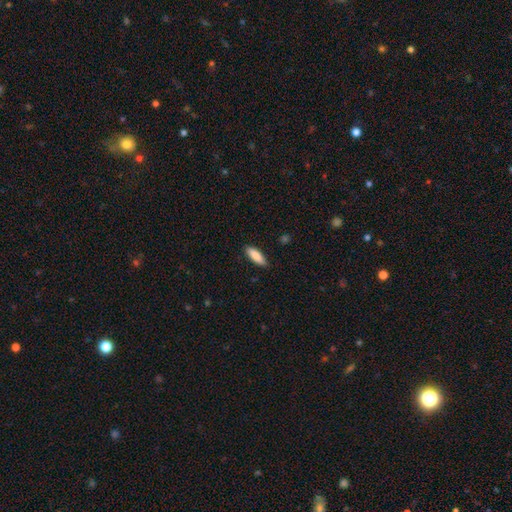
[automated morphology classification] Smooth or featured?
  - smooth: 86% *
  - featured or disk: 8%
  - star or artifact: 6%
How rounded?
  - in between: 56% *
  - cigar-shaped: 43%
  - round: 2%
Merging?
  - none: 86% *
  - minor disturbance: 10%
  - major disturbance: 2%
  - merger: 1%